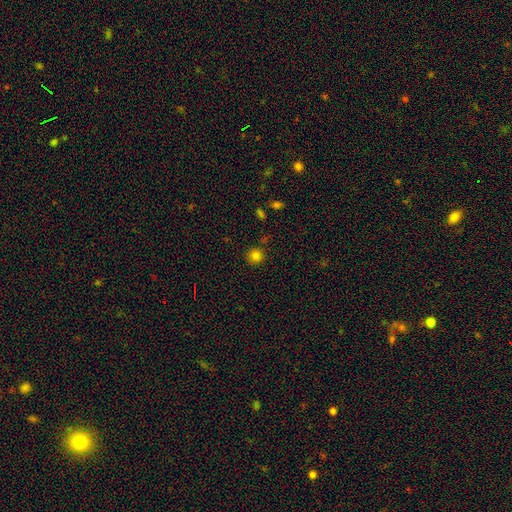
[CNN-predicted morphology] smooth 80%, star or artifact 15%, featured or disk 5%. Down the decision tree: how rounded — round (92%); merging — none (86%).